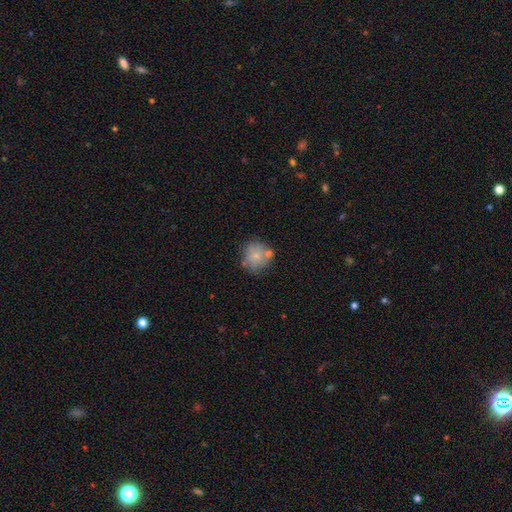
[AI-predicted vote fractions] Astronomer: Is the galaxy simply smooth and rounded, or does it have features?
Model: smooth — 71%.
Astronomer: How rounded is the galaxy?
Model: round — 87%.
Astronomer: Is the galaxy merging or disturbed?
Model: none — 60%.